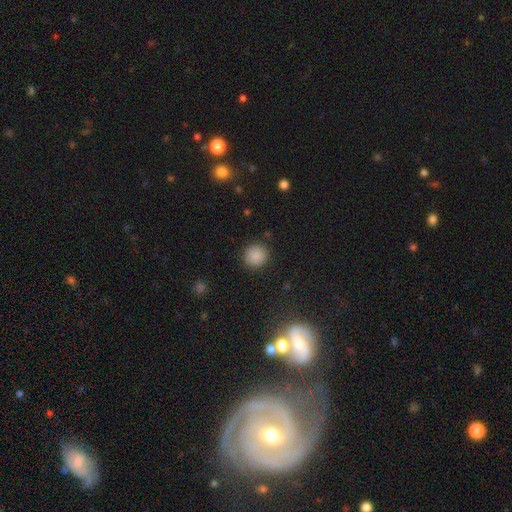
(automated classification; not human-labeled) A smooth galaxy with no disk features (86%) that is round (93%). Merging: none (90%).